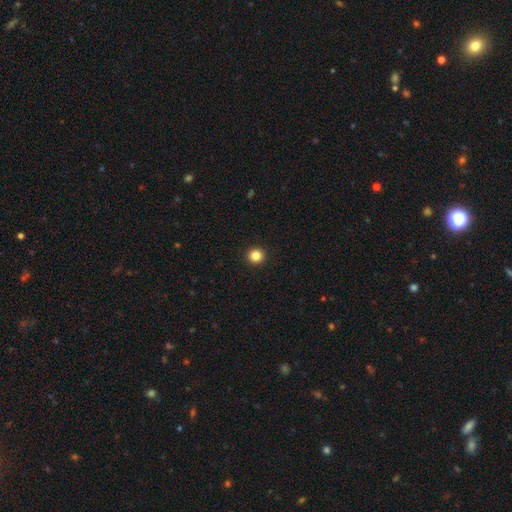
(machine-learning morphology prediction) This is clearly a smooth galaxy (84%). How rounded: clearly round (95%). Merging: clearly none (94%).